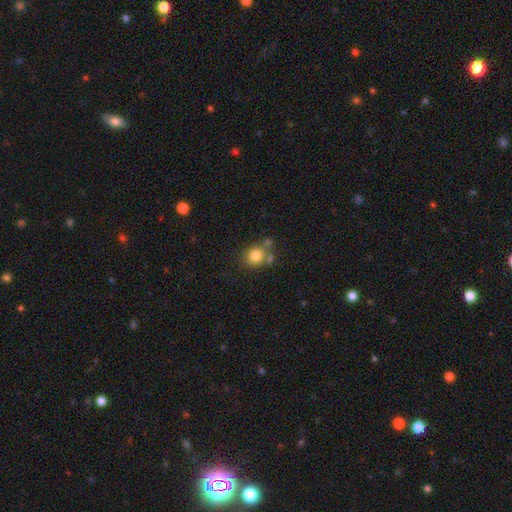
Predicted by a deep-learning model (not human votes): smooth-or-featured: smooth: 80% | star or artifact: 11% | featured or disk: 9%
  how-rounded: round: 78% | in between: 21% | cigar-shaped: 1%
  merging: none: 59% | merger: 20% | minor disturbance: 16% | major disturbance: 6%